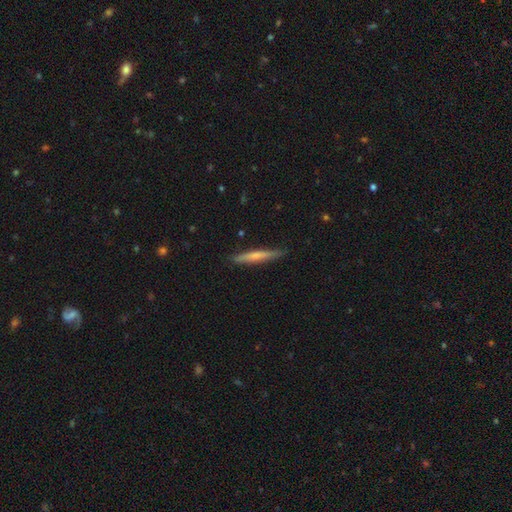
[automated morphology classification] smooth_or_featured: smooth (p=0.59) [alt: featured or disk p=0.35]
how_rounded: cigar-shaped (p=0.95) [alt: in between p=0.04]
merging: none (p=0.85) [alt: minor disturbance p=0.12]